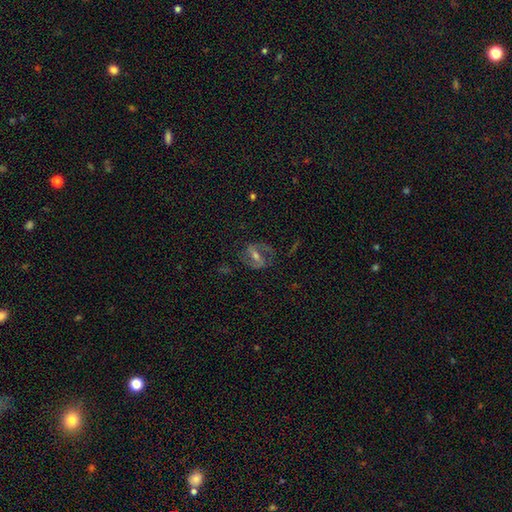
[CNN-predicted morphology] smooth-or-featured: featured or disk: 72% | smooth: 19% | star or artifact: 9%
  disk-edge-on: no: 94% | yes: 6%
    bar: strong: 55% | weak: 31% | no: 14%
    has-spiral-arms: yes: 80% | no: 20%
      spiral-winding: medium: 50% | loose: 27% | tight: 24%
      spiral-arm-count: 2: 85% | can't tell: 8% | 1: 4% | 3: 1% | 4: 1% | more than 4: 1%
    bulge-size: moderate: 54% | small: 35% | large: 7% | none: 3% | dominant: 1%
  merging: none: 68% | minor disturbance: 16% | major disturbance: 14% | merger: 2%